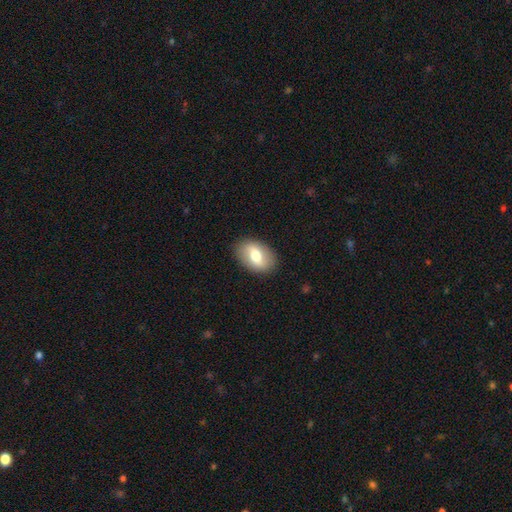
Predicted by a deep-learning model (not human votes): Smooth or featured?
  - smooth: 60% *
  - featured or disk: 33%
  - star or artifact: 7%
How rounded?
  - in between: 86% *
  - round: 12%
  - cigar-shaped: 2%
Merging?
  - none: 86% *
  - minor disturbance: 10%
  - major disturbance: 3%
  - merger: 1%